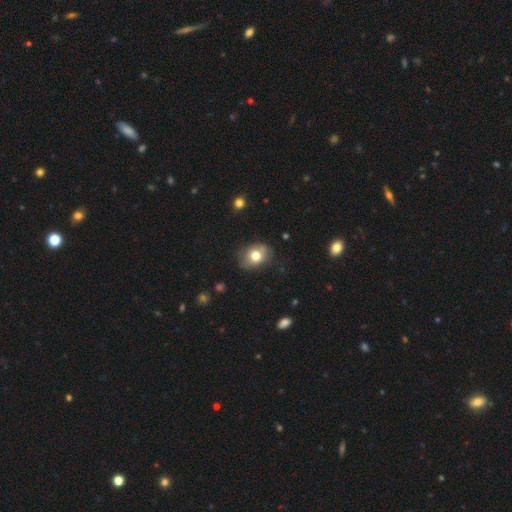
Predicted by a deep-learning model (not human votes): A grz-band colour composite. It shows a smooth galaxy with no disk features (75%) that is in between round and cigar-shaped (58%). Merging: none (74%).